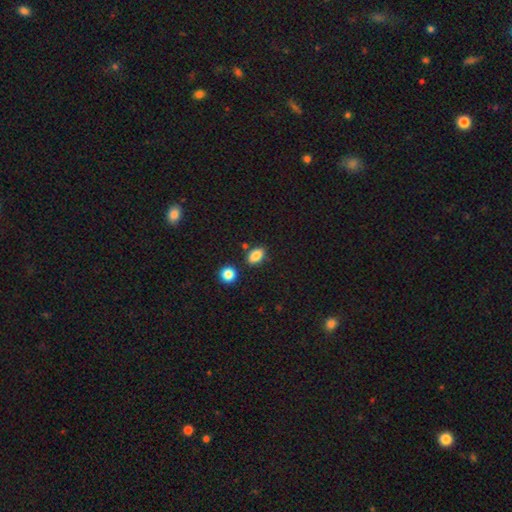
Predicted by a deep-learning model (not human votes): smooth 85%, star or artifact 9%, featured or disk 6%. Down the decision tree: how rounded — in between (86%); merging — none (80%).